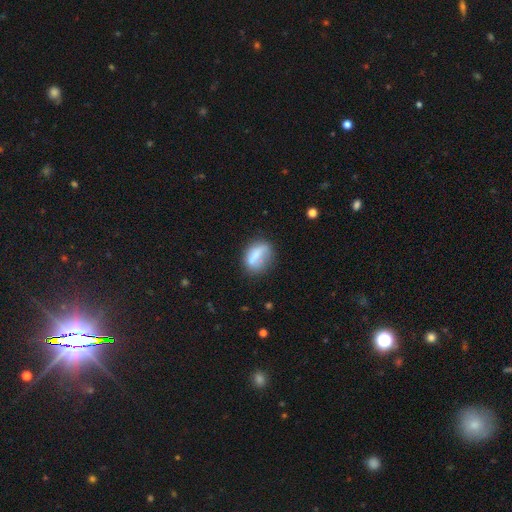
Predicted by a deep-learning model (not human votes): Morphology: type=smooth (71%); roundness=in between (71%); merging=none (52%).